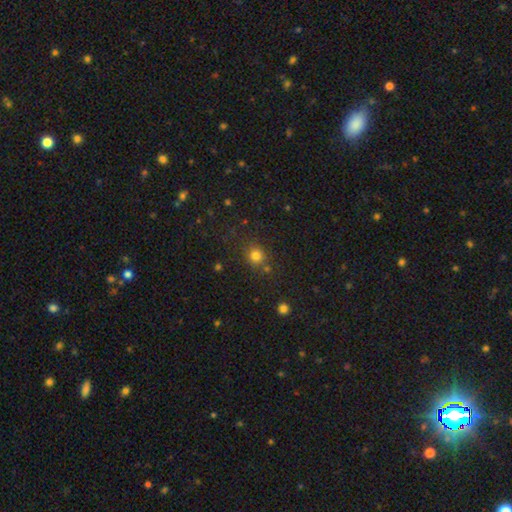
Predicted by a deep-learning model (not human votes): smooth_or_featured: smooth (p=0.78) [alt: star or artifact p=0.16]
how_rounded: round (p=0.85) [alt: in between p=0.14]
merging: none (p=0.75) [alt: minor disturbance p=0.12]